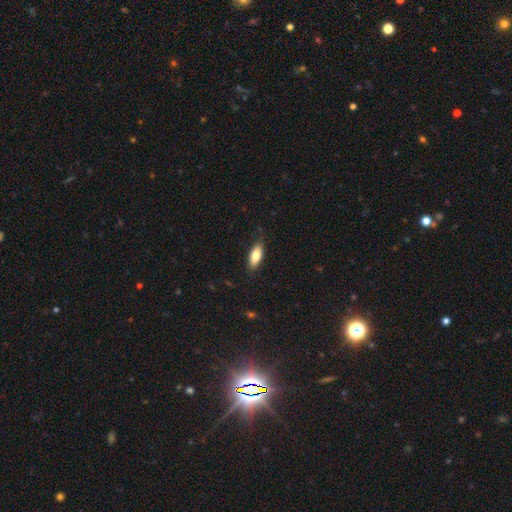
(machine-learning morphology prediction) Smooth or featured? smooth (76%)
How rounded? in between (75%)
Merging? none (84%)